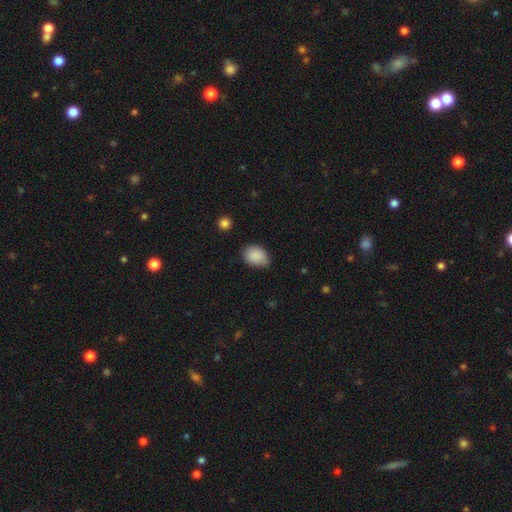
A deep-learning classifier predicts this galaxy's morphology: Q: Smooth or featured?
A: smooth (88%); runner-up: star or artifact (8%)
Q: How rounded?
A: in between (72%); runner-up: round (27%)
Q: Merging?
A: none (66%); runner-up: minor disturbance (28%)